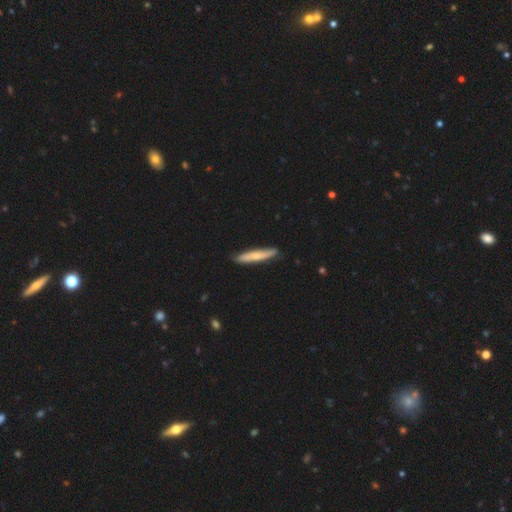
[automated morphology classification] A smooth galaxy with no disk features (61%) that is cigar-shaped (93%). Merging: none (86%).